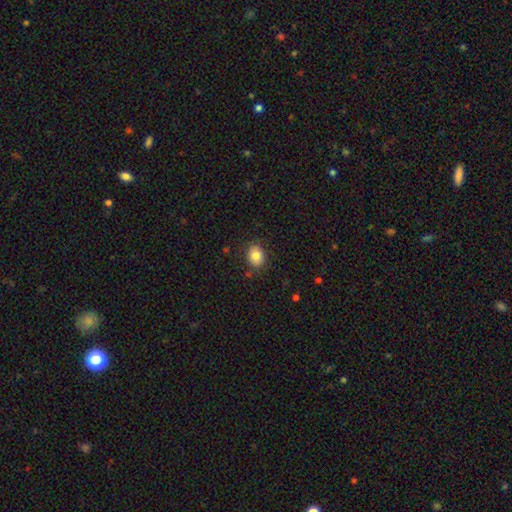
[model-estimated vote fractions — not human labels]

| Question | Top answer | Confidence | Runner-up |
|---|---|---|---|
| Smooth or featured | smooth | 83% | star or artifact (9%) |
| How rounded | in between | 55% | round (44%) |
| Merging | none | 85% | minor disturbance (11%) |